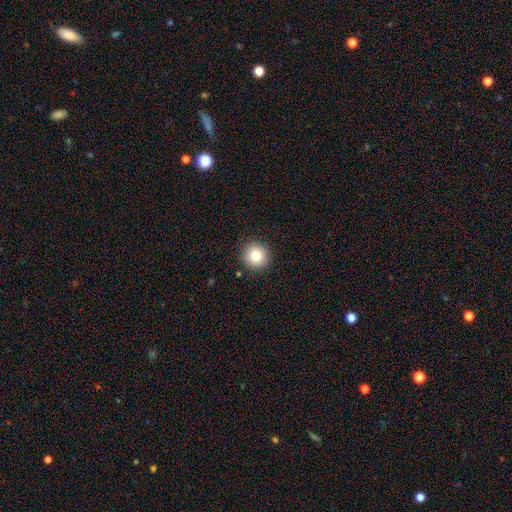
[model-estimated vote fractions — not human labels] Smooth or featured? Predicted: smooth (p=0.84). How rounded? Predicted: round (p=0.94). Merging? Predicted: none (p=0.91).